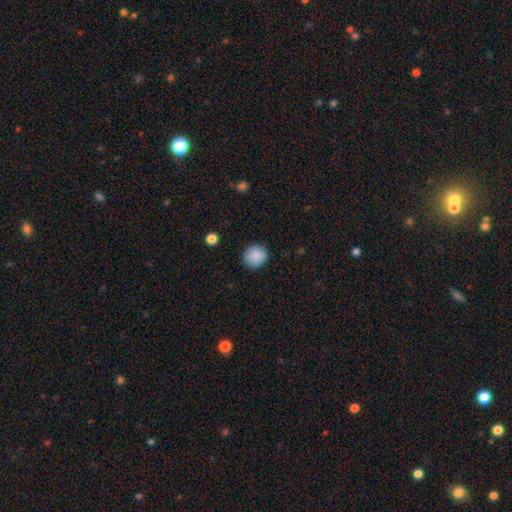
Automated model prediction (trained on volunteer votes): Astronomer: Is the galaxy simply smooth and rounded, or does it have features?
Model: smooth — 88%.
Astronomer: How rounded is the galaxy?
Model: round — 91%.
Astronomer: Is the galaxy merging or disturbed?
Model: none — 89%.